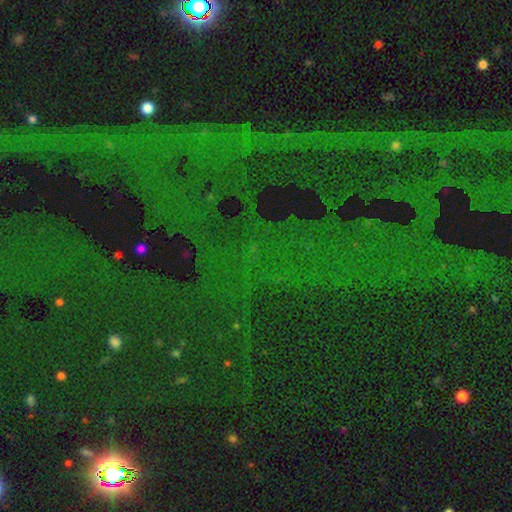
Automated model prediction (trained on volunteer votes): Overall: star or artifact (84%).